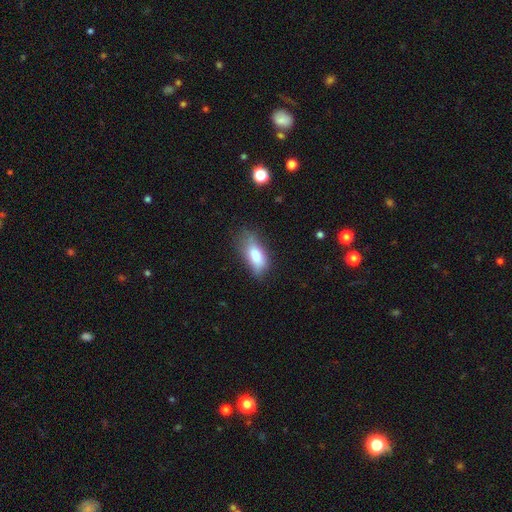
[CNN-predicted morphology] The model was most divided on "merging": none: 54%, minor disturbance: 32%, major disturbance: 11%, merger: 2%. More confident: how rounded — in between (82%); smooth or featured — smooth (78%).